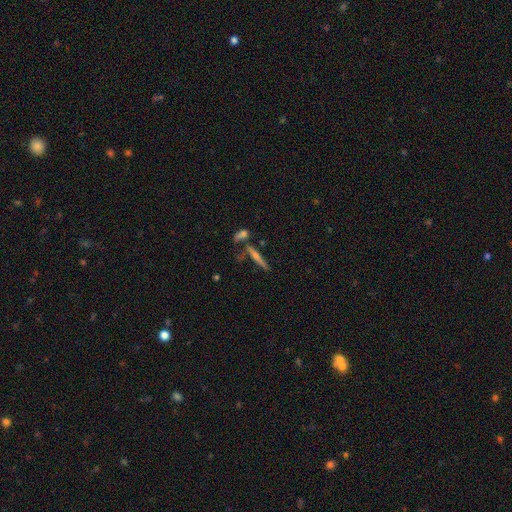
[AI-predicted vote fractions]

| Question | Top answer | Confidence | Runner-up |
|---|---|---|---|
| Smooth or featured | featured or disk | 61% | smooth (27%) |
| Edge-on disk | yes | 92% | no (8%) |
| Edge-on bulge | rounded | 70% | none (22%) |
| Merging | none | 63% | merger (21%) |